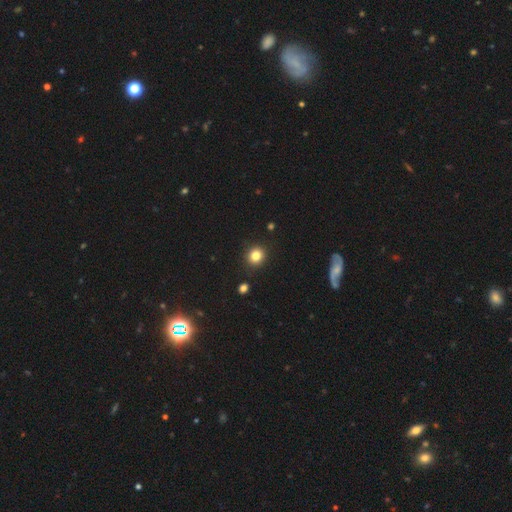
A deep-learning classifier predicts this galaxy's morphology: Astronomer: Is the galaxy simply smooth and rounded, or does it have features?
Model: smooth — 82%.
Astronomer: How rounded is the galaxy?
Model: round — 87%.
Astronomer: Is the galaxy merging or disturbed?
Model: none — 90%.